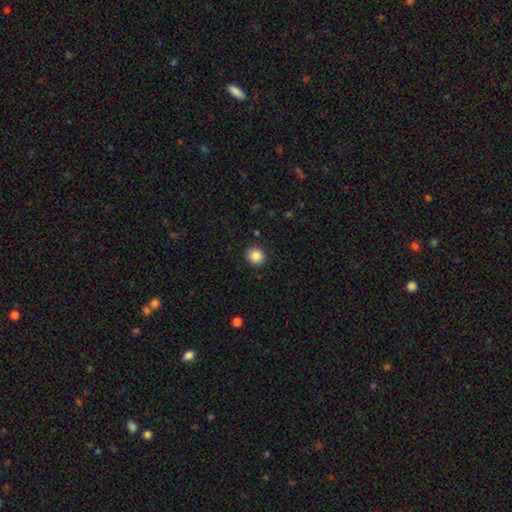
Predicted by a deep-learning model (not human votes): Smooth or featured? Predicted: smooth (p=0.87). How rounded? Predicted: round (p=0.84). Merging? Predicted: none (p=0.89).